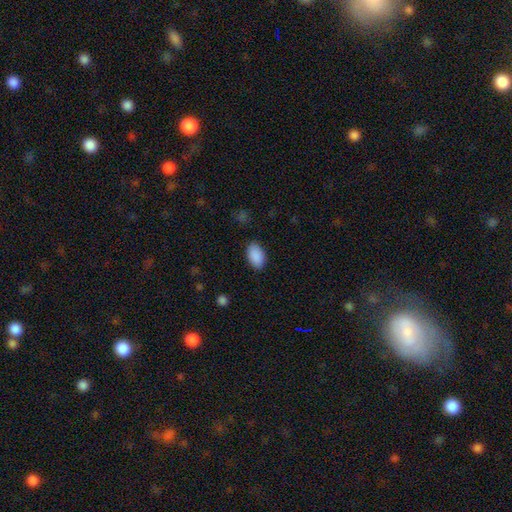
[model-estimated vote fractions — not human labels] This is clearly a smooth galaxy (90%). How rounded: clearly in between (93%). Merging: clearly none (86%).